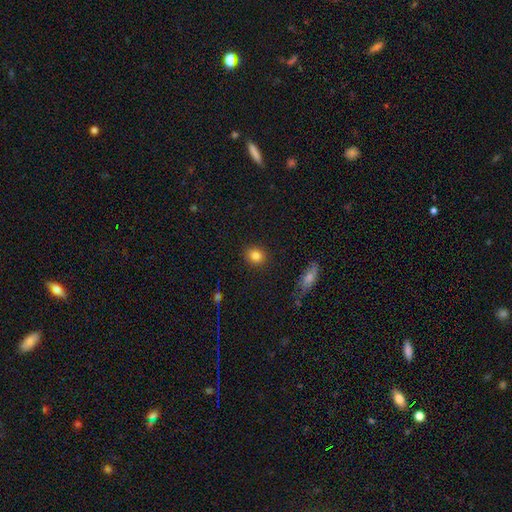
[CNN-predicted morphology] Smooth or featured? smooth (83%)
How rounded? round (79%)
Merging? none (90%)